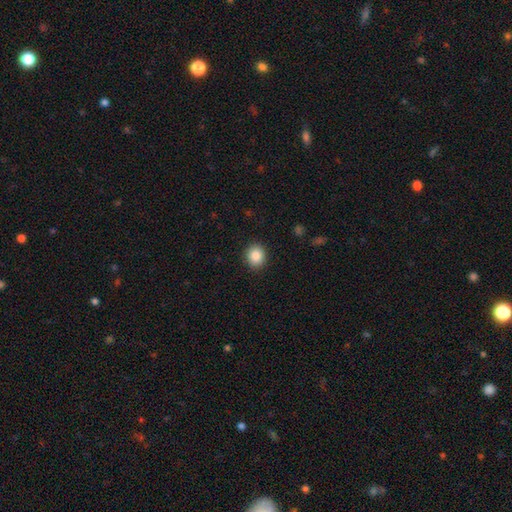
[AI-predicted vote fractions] The model was most divided on "how rounded": round: 77%, in between: 22%, cigar-shaped: 1%. More confident: merging — none (91%); smooth or featured — smooth (87%).